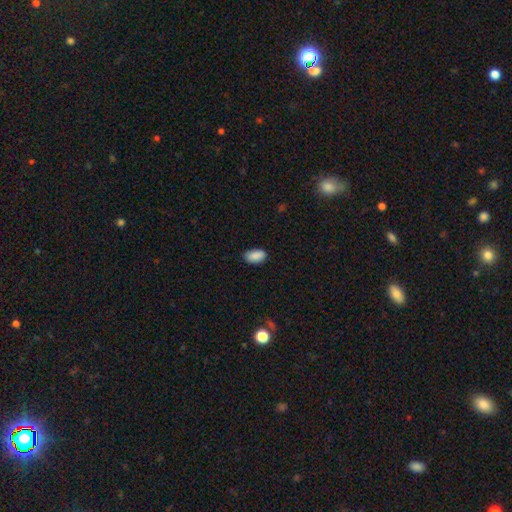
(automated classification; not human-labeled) smooth 89%, star or artifact 8%, featured or disk 3%. Down the decision tree: how rounded — in between (93%); merging — none (83%).